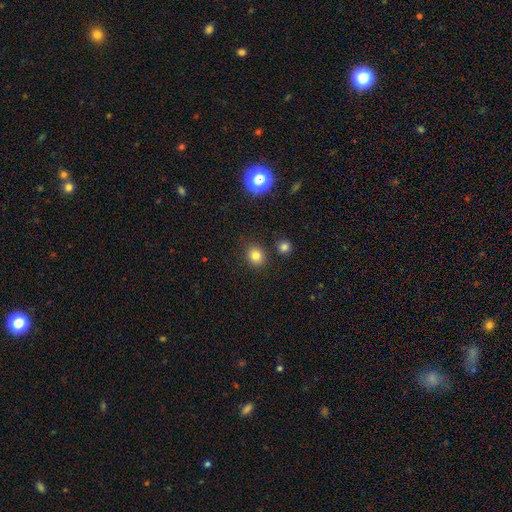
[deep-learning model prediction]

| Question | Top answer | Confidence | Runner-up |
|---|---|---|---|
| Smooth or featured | smooth | 80% | star or artifact (14%) |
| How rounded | round | 79% | in between (20%) |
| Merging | none | 85% | minor disturbance (7%) |